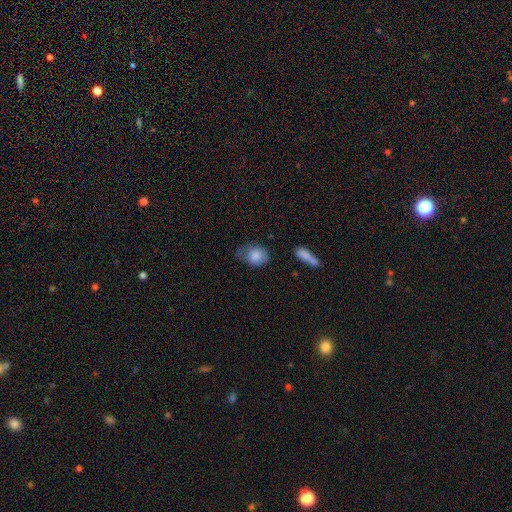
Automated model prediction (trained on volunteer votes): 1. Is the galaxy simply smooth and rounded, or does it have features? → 80% smooth, 13% featured or disk, 7% star or artifact.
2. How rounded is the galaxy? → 62% in between, 36% round, 1% cigar-shaped.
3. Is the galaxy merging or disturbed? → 42% none, 37% minor disturbance, 17% major disturbance, 4% merger.